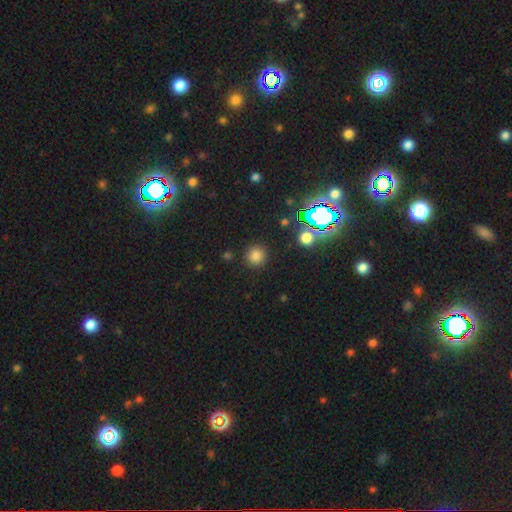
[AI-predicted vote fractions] Morphology: type=smooth (77%); roundness=round (93%); merging=none (89%).